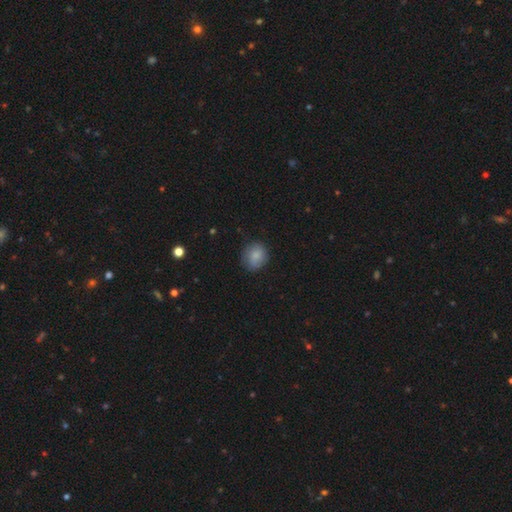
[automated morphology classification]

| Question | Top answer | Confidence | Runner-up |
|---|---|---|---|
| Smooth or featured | smooth | 83% | featured or disk (9%) |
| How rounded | round | 75% | in between (24%) |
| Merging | none | 77% | minor disturbance (18%) |